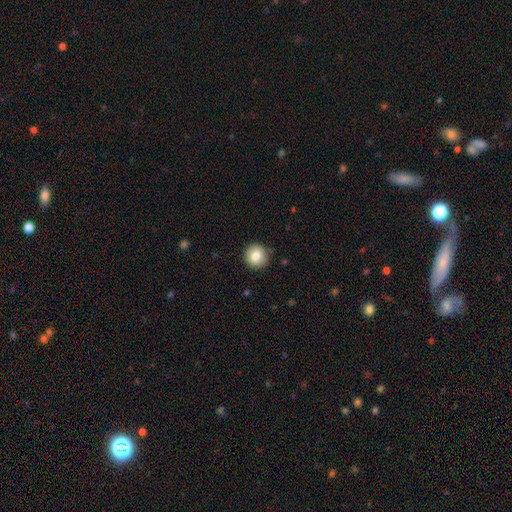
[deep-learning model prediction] The model was most divided on "smooth or featured": smooth: 83%, star or artifact: 9%, featured or disk: 8%. More confident: how rounded — round (93%); merging — none (88%).